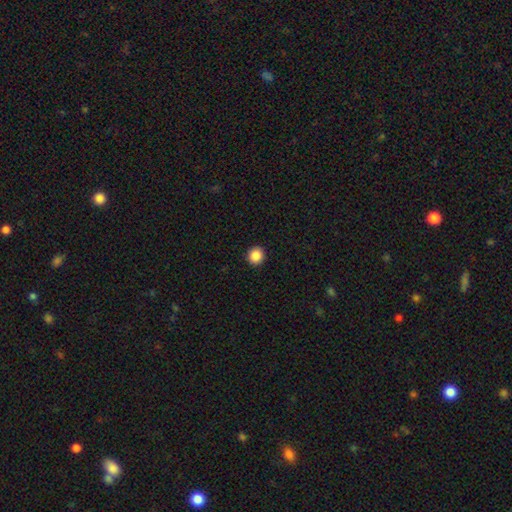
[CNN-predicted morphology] A smooth galaxy with no disk features (88%) that is round (89%).

Vote fractions:
- Smooth or featured? smooth: 88% / star or artifact: 9% / featured or disk: 3%
- How rounded? round: 89% / in between: 10% / cigar-shaped: 1%
- Merging? none: 93% / minor disturbance: 4% / major disturbance: 2% / merger: 1%